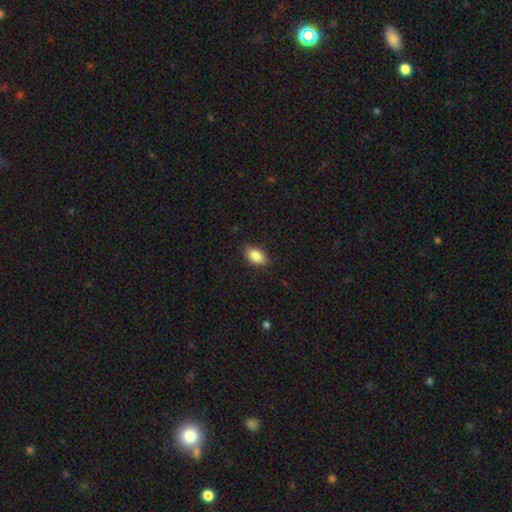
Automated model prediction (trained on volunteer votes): This appears to be a smooth galaxy with no disk features (86%) that is in between round and cigar-shaped (91%). Merging: none (83%).